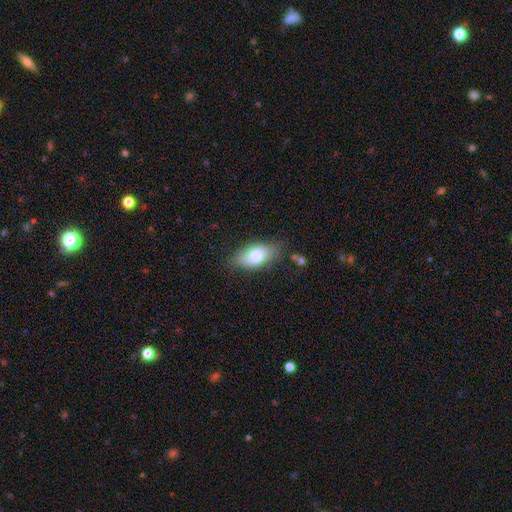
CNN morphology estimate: Overall: smooth (77%). How rounded: in between (89%). Merging: none (77%).